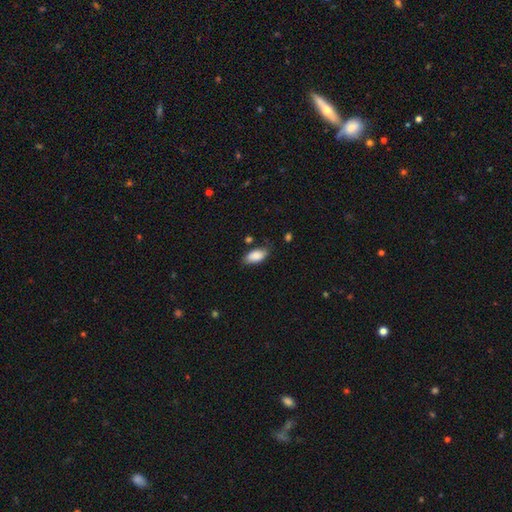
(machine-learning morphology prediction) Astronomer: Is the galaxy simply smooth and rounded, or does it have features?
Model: smooth — 86%.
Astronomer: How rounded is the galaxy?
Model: in between — 92%.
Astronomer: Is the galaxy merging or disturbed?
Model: none — 73%.